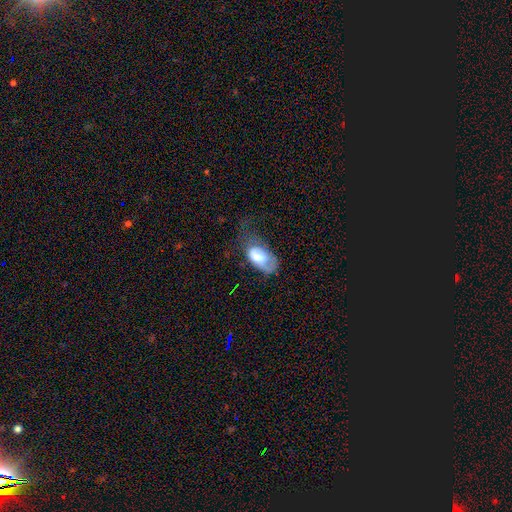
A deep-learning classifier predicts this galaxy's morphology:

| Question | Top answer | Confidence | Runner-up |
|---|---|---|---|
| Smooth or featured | smooth | 64% | featured or disk (30%) |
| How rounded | in between | 93% | round (5%) |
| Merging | major disturbance | 42% | minor disturbance (32%) |